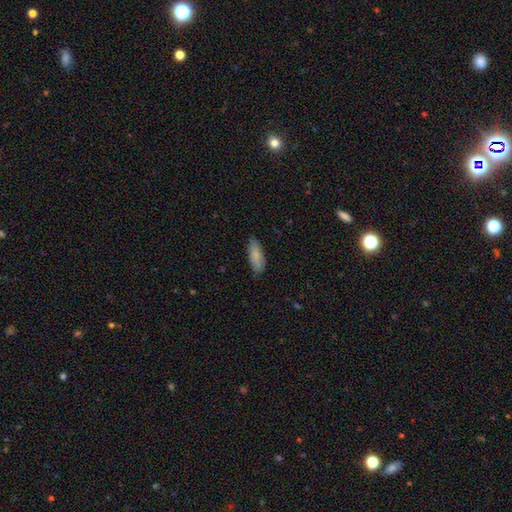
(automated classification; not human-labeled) A smooth galaxy with no disk features (81%) that is in between round and cigar-shaped (70%). Merging: none (82%).